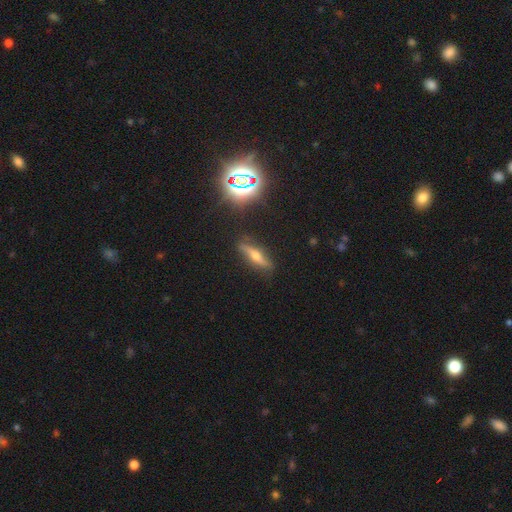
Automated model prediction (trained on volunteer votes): Q: Smooth or featured?
A: featured or disk (56%); runner-up: smooth (26%)
Q: Edge-on disk?
A: yes (90%); runner-up: no (10%)
Q: Edge-on bulge?
A: rounded (92%); runner-up: boxy (4%)
Q: Merging?
A: none (88%); runner-up: minor disturbance (9%)